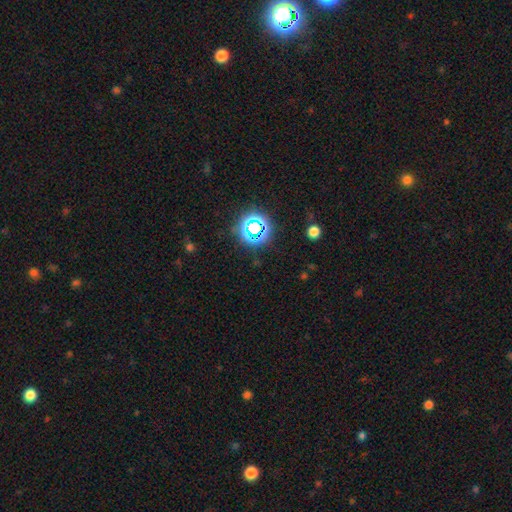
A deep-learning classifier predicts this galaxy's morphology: Smooth or featured?
  - star or artifact: 72% *
  - smooth: 20%
  - featured or disk: 8%